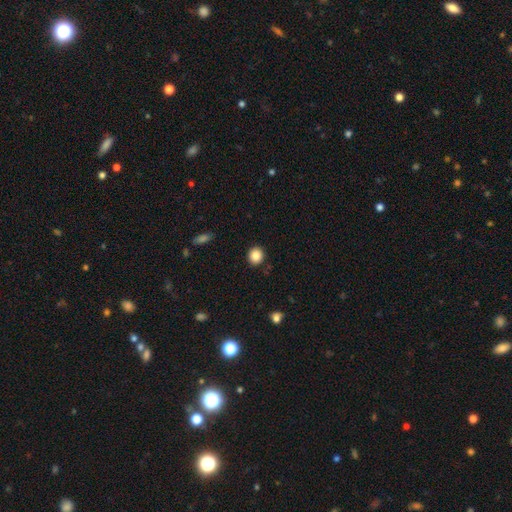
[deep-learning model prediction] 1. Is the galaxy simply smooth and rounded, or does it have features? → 86% smooth, 10% star or artifact, 4% featured or disk.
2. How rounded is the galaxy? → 86% round, 13% in between, 1% cigar-shaped.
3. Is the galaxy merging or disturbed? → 90% none, 6% minor disturbance, 2% major disturbance, 1% merger.